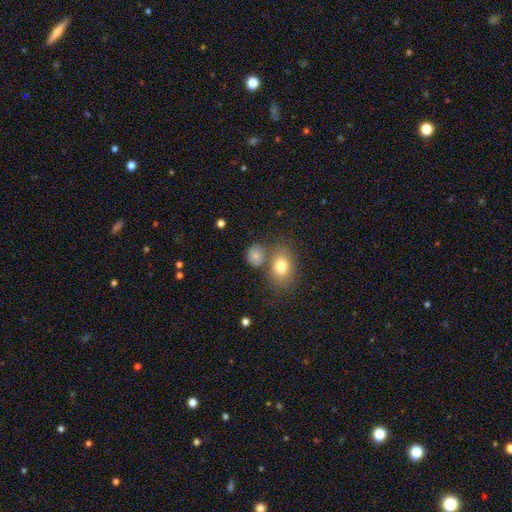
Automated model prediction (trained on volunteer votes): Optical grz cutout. It shows a smooth galaxy with no disk features (79%) that is round (60%). Merging: none (63%).